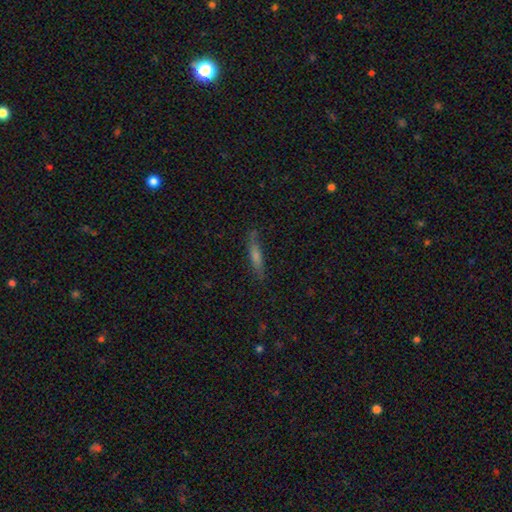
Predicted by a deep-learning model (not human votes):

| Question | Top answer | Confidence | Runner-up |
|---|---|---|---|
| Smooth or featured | smooth | 48% | featured or disk (41%) |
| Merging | none | 80% | minor disturbance (15%) |